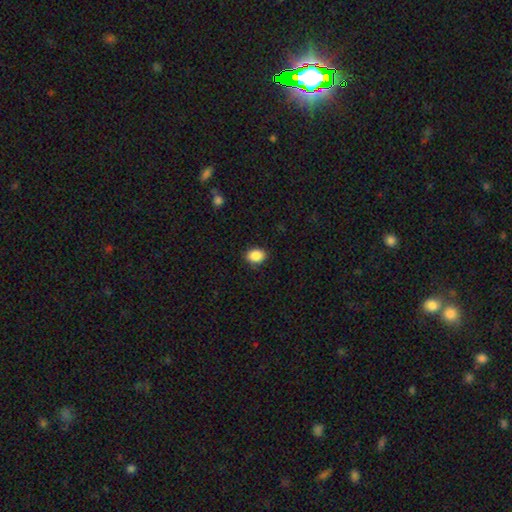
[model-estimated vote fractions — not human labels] A smooth galaxy with no disk features (88%) that is in between round and cigar-shaped (62%).

Vote fractions:
- Smooth or featured? smooth: 88% / star or artifact: 8% / featured or disk: 3%
- How rounded? in between: 62% / round: 37% / cigar-shaped: 1%
- Merging? none: 88% / minor disturbance: 8% / major disturbance: 2% / merger: 1%